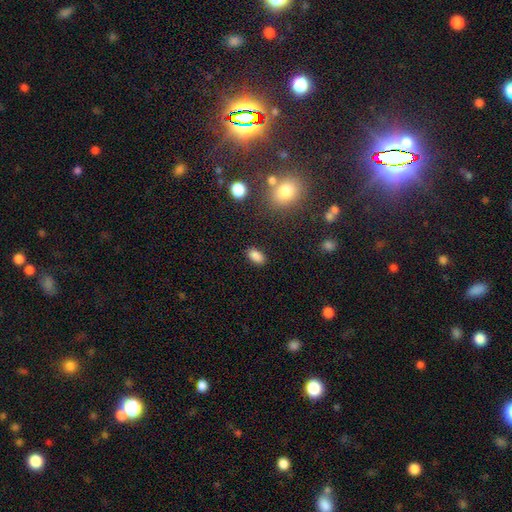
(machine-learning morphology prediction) A smooth galaxy with no disk features (85%) that is in between round and cigar-shaped (91%). Merging: none (87%).